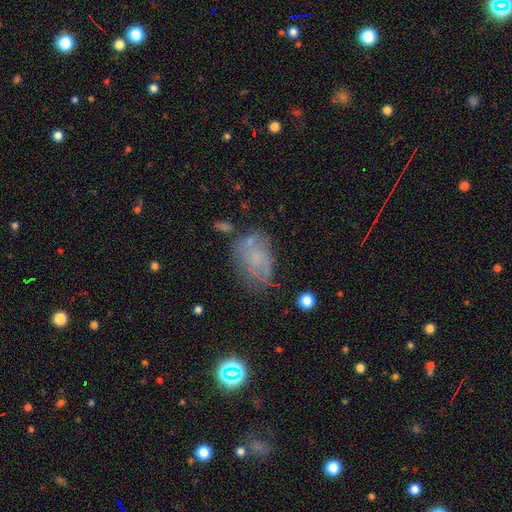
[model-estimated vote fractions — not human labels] This is possibly a smooth galaxy (51%). How rounded: clearly in between (81%). Merging: marginally none (45%).